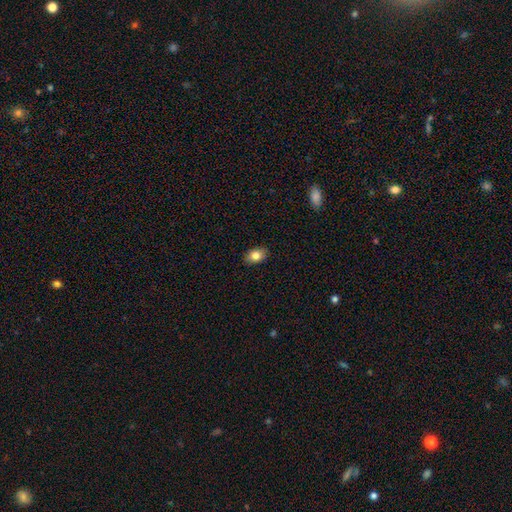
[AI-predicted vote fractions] Q: Smooth or featured?
A: smooth (81%); runner-up: featured or disk (10%)
Q: How rounded?
A: in between (82%); runner-up: round (16%)
Q: Merging?
A: none (87%); runner-up: minor disturbance (10%)